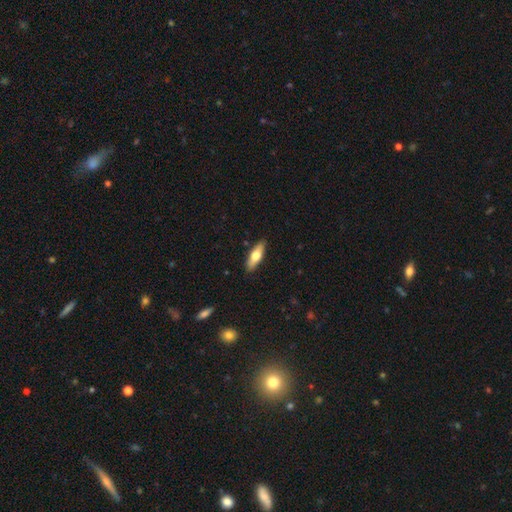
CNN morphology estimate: smooth_or_featured: smooth (p=0.64) [alt: featured or disk p=0.31]
how_rounded: in between (p=0.53) [alt: cigar-shaped p=0.45]
merging: none (p=0.88) [alt: minor disturbance p=0.09]